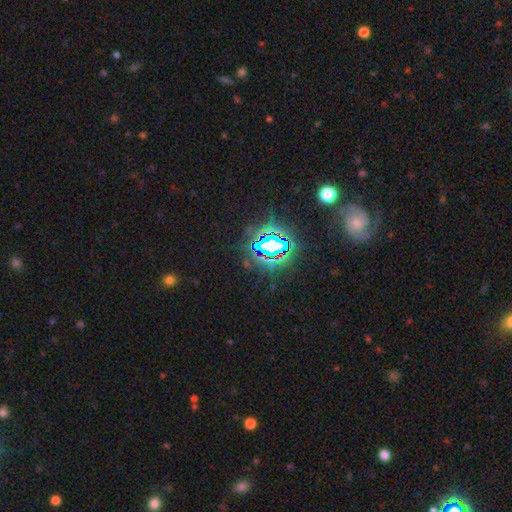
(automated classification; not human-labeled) Overall: star or artifact (78%).